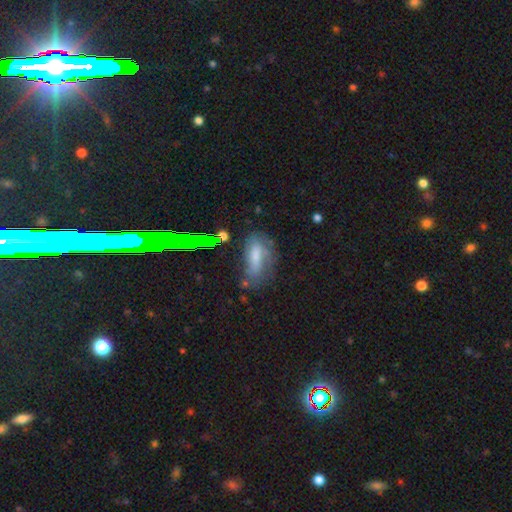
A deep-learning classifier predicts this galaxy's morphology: Overall: smooth (49%; featured or disk 35%). Merging: none (56%; minor disturbance 27%).